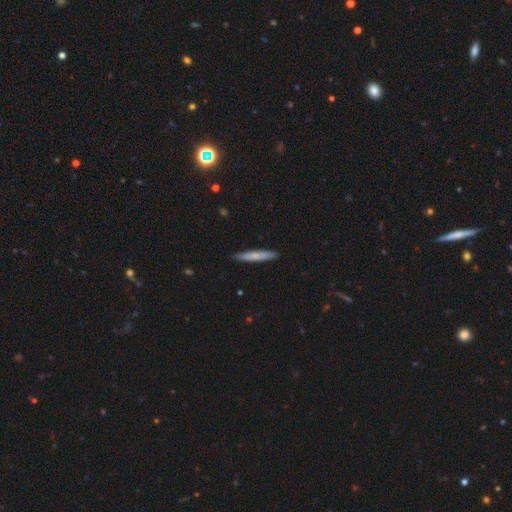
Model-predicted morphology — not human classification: This is likely a smooth galaxy (68%). How rounded: clearly cigar-shaped (93%). Merging: clearly none (89%).